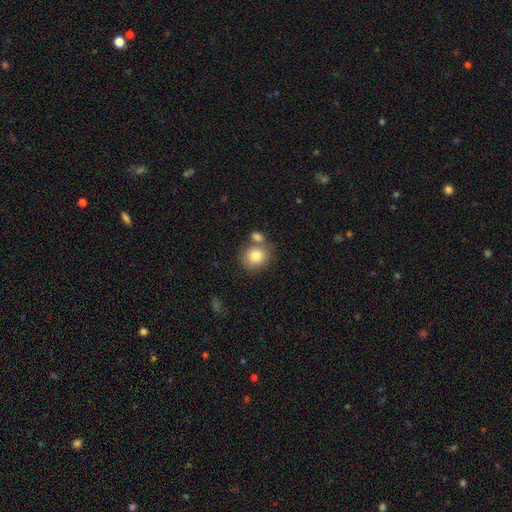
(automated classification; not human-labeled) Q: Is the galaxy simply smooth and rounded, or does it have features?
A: smooth — 82%.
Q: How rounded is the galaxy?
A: round — 78%.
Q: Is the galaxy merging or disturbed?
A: none — 60%.